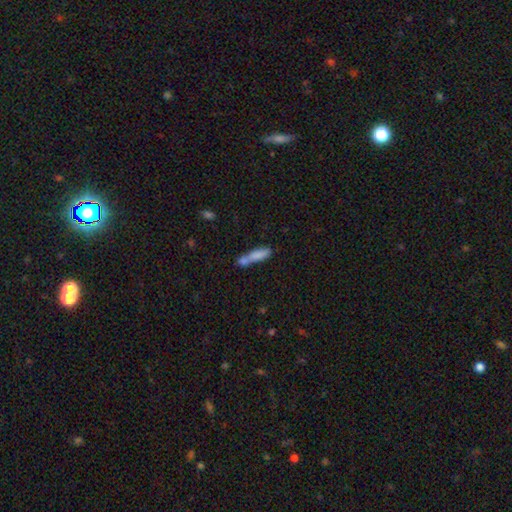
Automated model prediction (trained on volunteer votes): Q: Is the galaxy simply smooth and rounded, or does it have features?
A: smooth — 76%.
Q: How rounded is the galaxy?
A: cigar-shaped — 71%.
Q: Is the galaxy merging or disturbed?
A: merger — 45%.